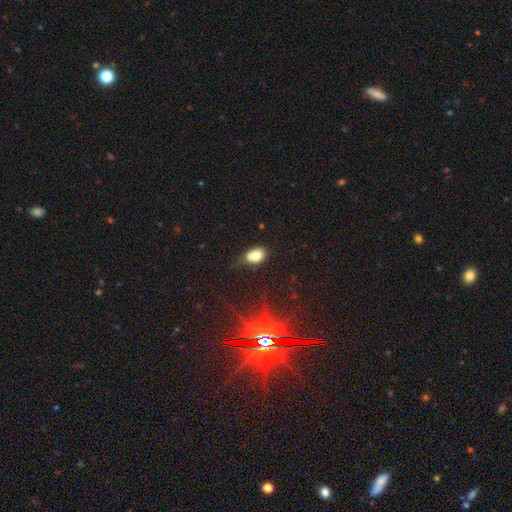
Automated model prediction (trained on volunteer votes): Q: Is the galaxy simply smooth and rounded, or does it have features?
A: smooth — 74%.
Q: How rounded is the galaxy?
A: in between — 78%.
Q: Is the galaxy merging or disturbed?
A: none — 40%.